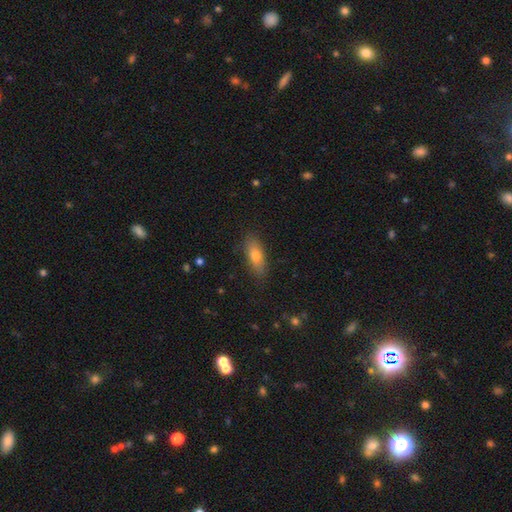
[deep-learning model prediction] Smooth or featured?
  - smooth: 73% *
  - featured or disk: 20%
  - star or artifact: 7%
How rounded?
  - in between: 69% *
  - cigar-shaped: 27%
  - round: 3%
Merging?
  - none: 83% *
  - minor disturbance: 13%
  - major disturbance: 3%
  - merger: 1%